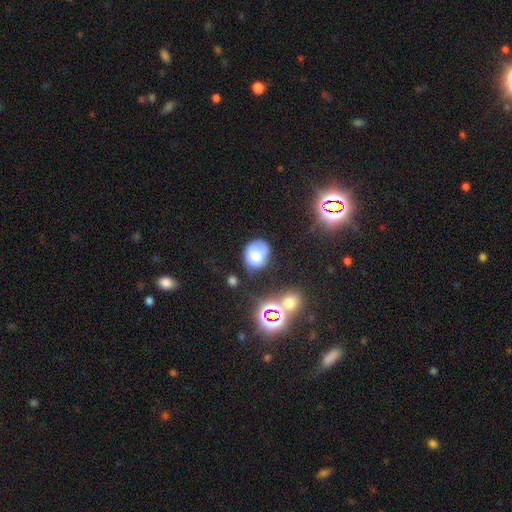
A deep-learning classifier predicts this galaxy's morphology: Smooth or featured?
  - smooth: 66% *
  - featured or disk: 20%
  - star or artifact: 14%
How rounded?
  - round: 56% *
  - in between: 43%
  - cigar-shaped: 1%
Merging?
  - none: 47% *
  - minor disturbance: 29%
  - major disturbance: 16%
  - merger: 8%